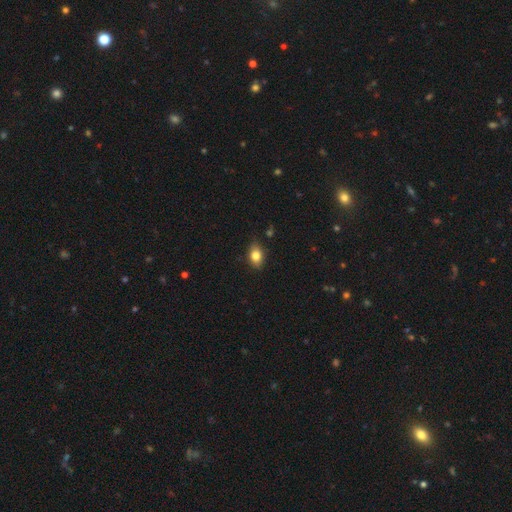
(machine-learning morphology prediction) smooth 81%, featured or disk 11%, star or artifact 9%. Down the decision tree: how rounded — in between (80%); merging — none (81%).